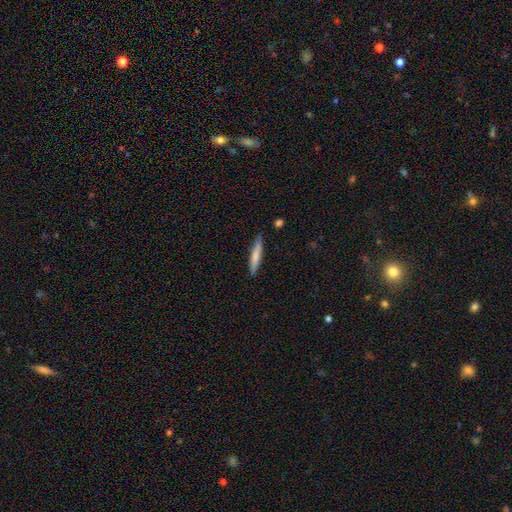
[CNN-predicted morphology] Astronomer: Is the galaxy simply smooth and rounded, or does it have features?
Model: smooth — 74%.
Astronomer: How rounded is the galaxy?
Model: cigar-shaped — 92%.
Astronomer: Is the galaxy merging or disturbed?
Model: none — 85%.